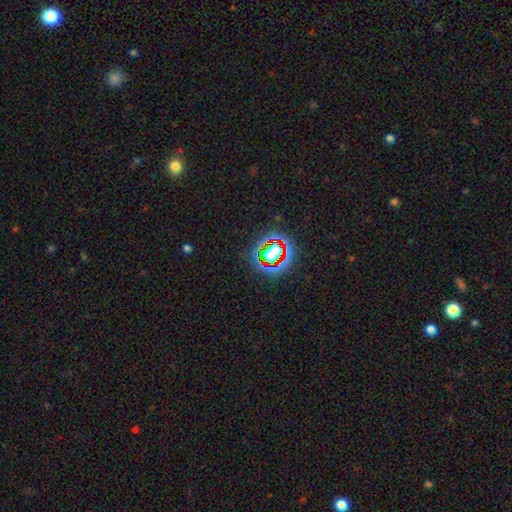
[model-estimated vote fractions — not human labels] Morphology: type=star or artifact (78%).